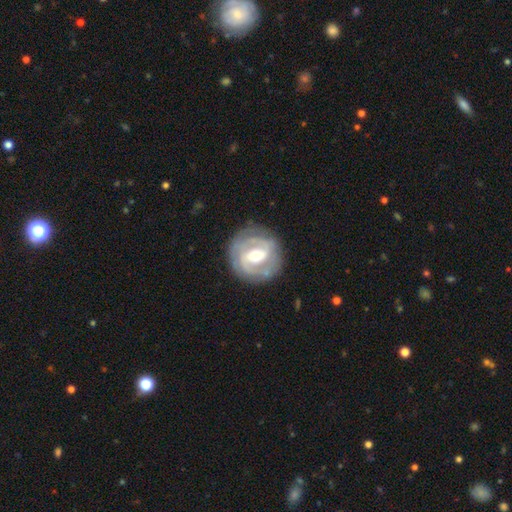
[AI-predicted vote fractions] smooth_or_featured: featured or disk (p=0.81) [alt: smooth p=0.14]
disk_edge_on: no (p=0.97) [alt: yes p=0.03]
bar: weak (p=0.46) [alt: strong p=0.34]
has_spiral_arms: yes (p=0.88) [alt: no p=0.12]
spiral_winding: tight (p=0.56) [alt: medium p=0.33]
spiral_arm_count: 2 (p=0.60) [alt: can't tell p=0.19]
bulge_size: moderate (p=0.63) [alt: small p=0.32]
merging: none (p=0.82) [alt: minor disturbance p=0.12]